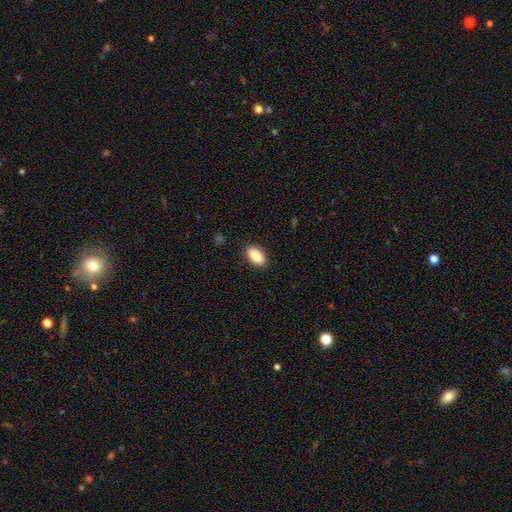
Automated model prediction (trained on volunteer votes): Morphology: type=smooth (86%); roundness=in between (91%); merging=none (89%).